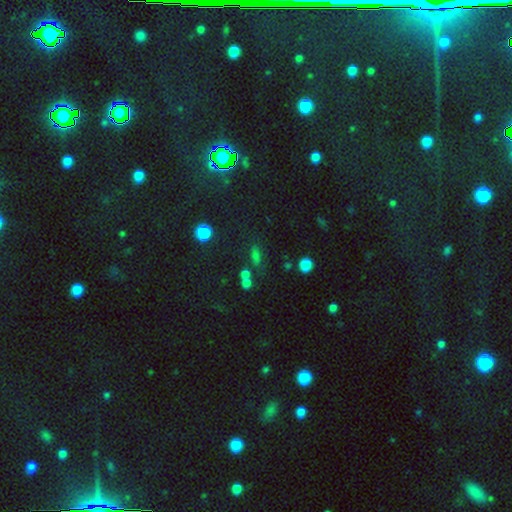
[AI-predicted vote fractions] Morphology: type=smooth (51%); roundness=in between (55%); merging=none (63%).